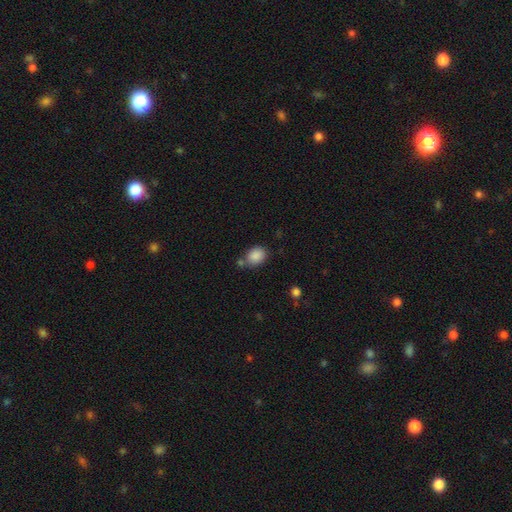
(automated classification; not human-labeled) Morphology: type=smooth (88%); roundness=in between (62%); merging=none (66%).